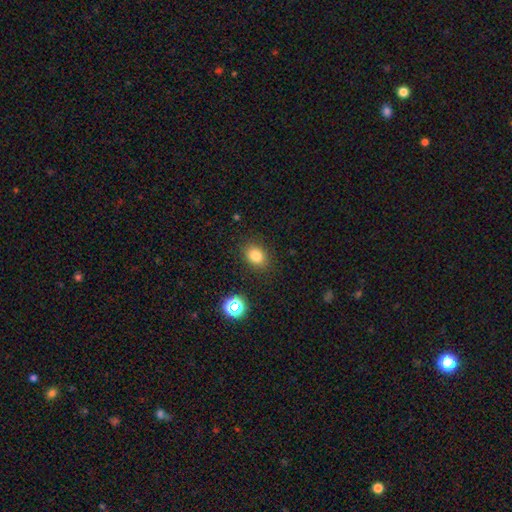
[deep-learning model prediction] A smooth galaxy with no disk features (81%) that is in between round and cigar-shaped (56%).

Vote fractions:
- Smooth or featured? smooth: 81% / star or artifact: 12% / featured or disk: 6%
- How rounded? in between: 56% / round: 43% / cigar-shaped: 1%
- Merging? none: 86% / minor disturbance: 9% / major disturbance: 3% / merger: 2%